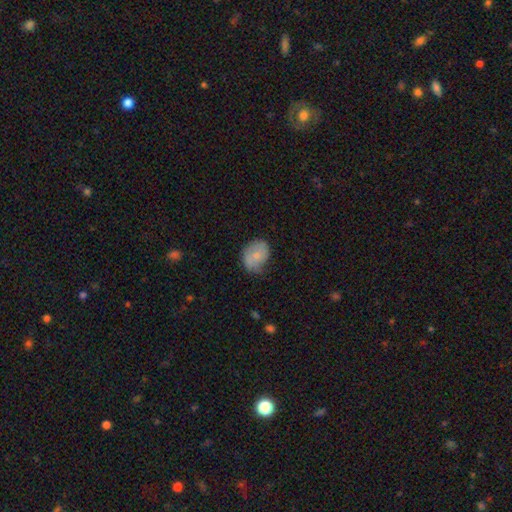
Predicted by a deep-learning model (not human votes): A smooth galaxy with no disk features (73%) that is in between round and cigar-shaped (65%).

Vote fractions:
- Smooth or featured? smooth: 73% / featured or disk: 20% / star or artifact: 7%
- How rounded? in between: 65% / round: 34% / cigar-shaped: 1%
- Merging? none: 57% / minor disturbance: 33% / major disturbance: 8% / merger: 2%